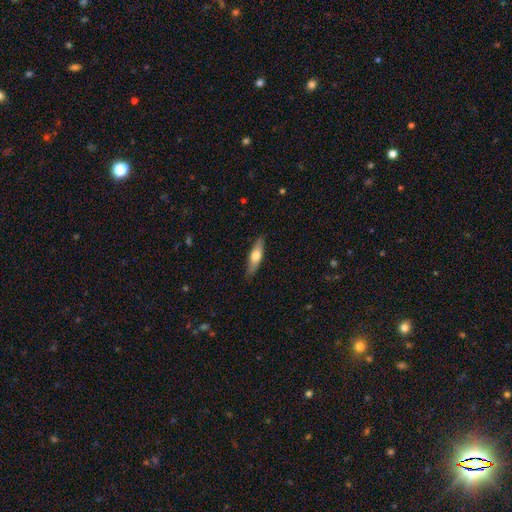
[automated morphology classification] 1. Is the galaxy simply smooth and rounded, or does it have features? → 59% smooth, 35% featured or disk, 5% star or artifact.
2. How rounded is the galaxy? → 61% cigar-shaped, 37% in between, 2% round.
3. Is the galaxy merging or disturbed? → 86% none, 11% minor disturbance, 2% major disturbance, 1% merger.